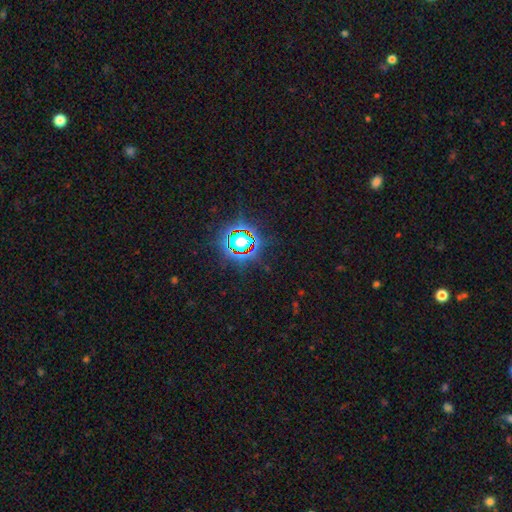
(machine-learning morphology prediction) type=star or artifact (80%).